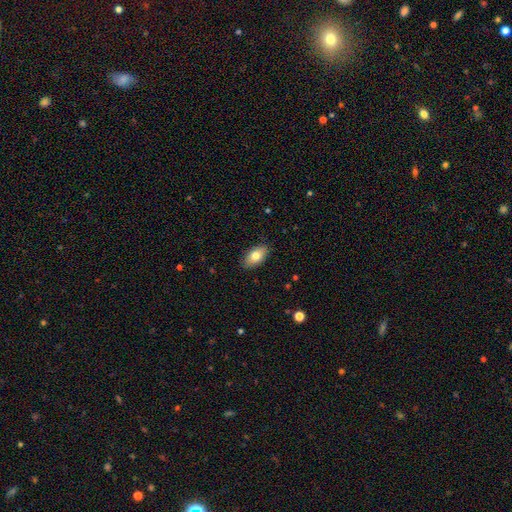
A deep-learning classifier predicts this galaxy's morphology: Smooth or featured? smooth (78%)
How rounded? in between (92%)
Merging? none (87%)